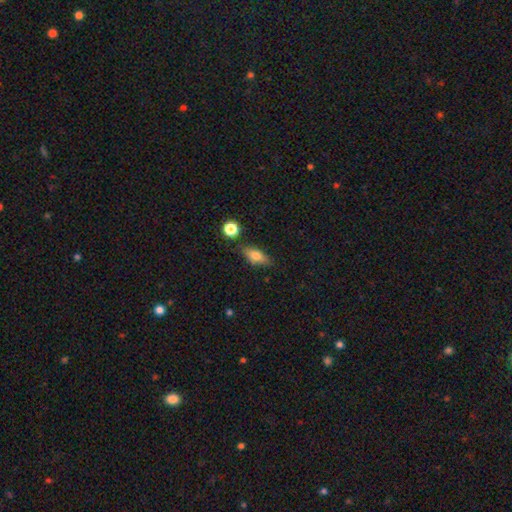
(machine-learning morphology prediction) Overall: smooth (70%). How rounded: in between (74%). Merging: none (78%).